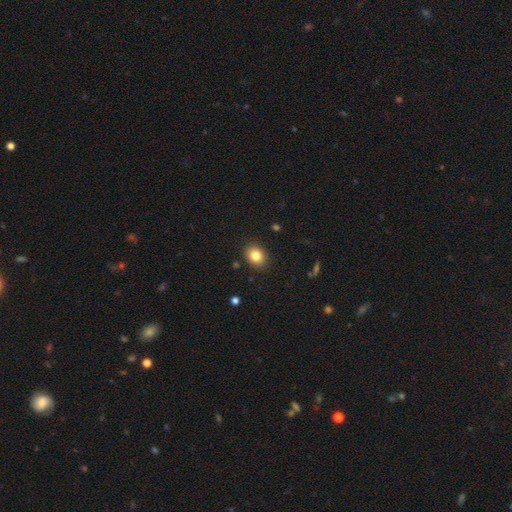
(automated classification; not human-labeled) This appears to be a smooth galaxy with no disk features (84%) that is round (52%). Merging: none (89%).